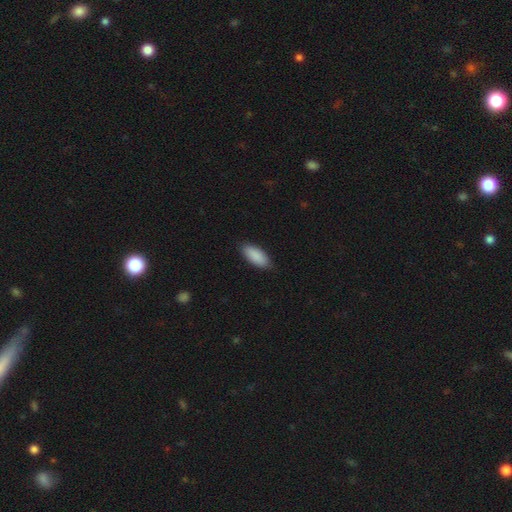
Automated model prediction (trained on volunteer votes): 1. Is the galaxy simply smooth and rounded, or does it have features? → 90% smooth, 5% star or artifact, 4% featured or disk.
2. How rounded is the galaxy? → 84% in between, 14% cigar-shaped, 2% round.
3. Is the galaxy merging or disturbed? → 86% none, 11% minor disturbance, 2% major disturbance, 1% merger.